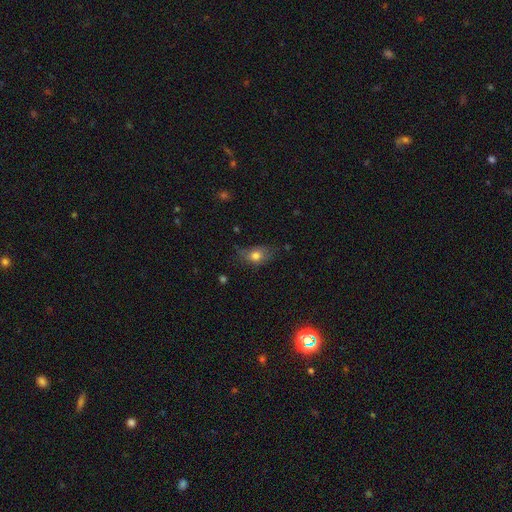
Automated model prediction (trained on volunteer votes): smooth 76%, featured or disk 14%, star or artifact 10%. Down the decision tree: how rounded — in between (72%); merging — none (52%).